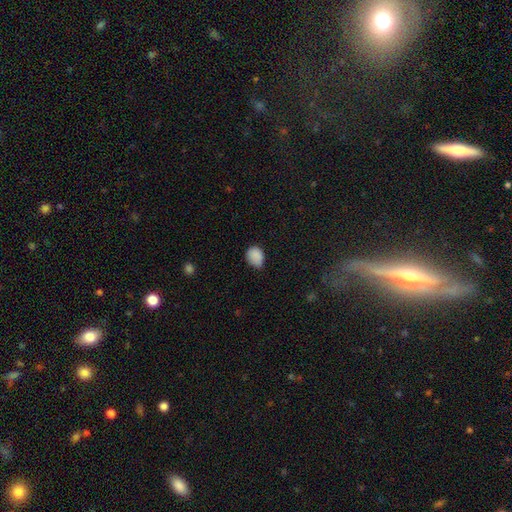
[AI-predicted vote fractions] Overall: smooth (87%). How rounded: in between (55%; round 44%). Merging: none (58%; minor disturbance 35%).